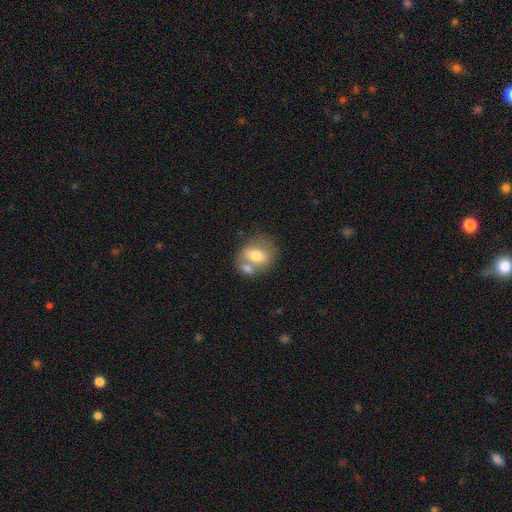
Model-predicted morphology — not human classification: type=smooth (63%); roundness=in between (55%); merging=none (42%).